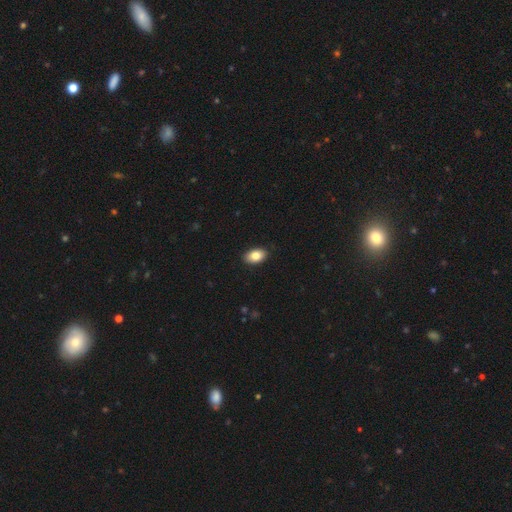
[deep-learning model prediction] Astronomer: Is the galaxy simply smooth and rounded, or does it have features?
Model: smooth — 84%.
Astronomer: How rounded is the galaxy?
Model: in between — 91%.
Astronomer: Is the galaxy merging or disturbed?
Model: none — 89%.